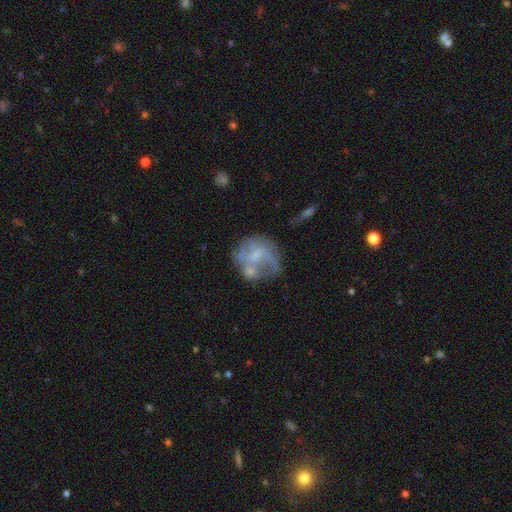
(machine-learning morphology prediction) The model was most divided on "bulge size": small: 39%, moderate: 31%, none: 26%, large: 3%, dominant: 1%. Remaining: edge-on disk — no (97%); smooth or featured — featured or disk (60%); spiral arms — yes (54%); bar — no (52%); merging — none (41%).